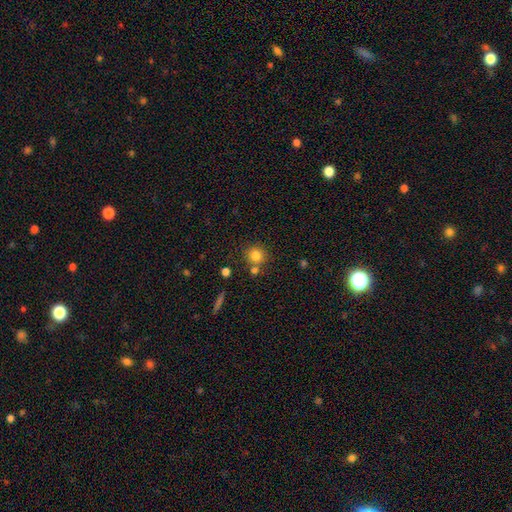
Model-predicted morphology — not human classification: smooth 81%, star or artifact 12%, featured or disk 7%. Down the decision tree: how rounded — round (89%); merging — none (71%).